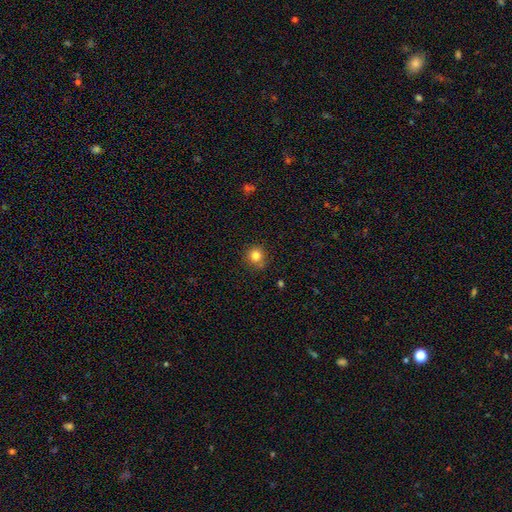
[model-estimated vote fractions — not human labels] smooth-or-featured: smooth: 82% | star or artifact: 12% | featured or disk: 6%
  how-rounded: round: 92% | in between: 7% | cigar-shaped: 1%
  merging: none: 83% | minor disturbance: 11% | merger: 3% | major disturbance: 3%